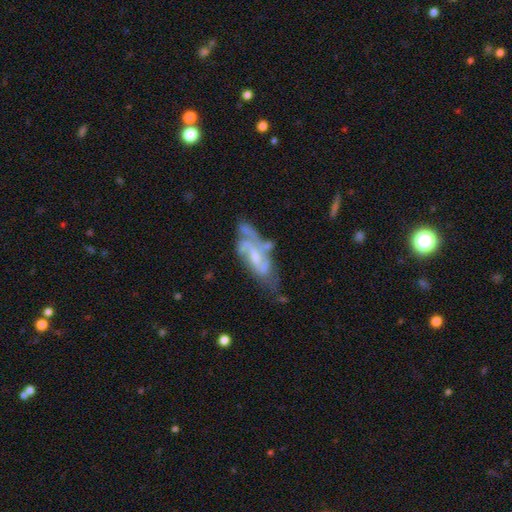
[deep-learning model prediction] Overall: featured or disk (80%). Edge-on disk: no (90%). Bar: weak (46%; no 36%). Spiral arms: yes (89%). Spiral arm count: 2 (55%; can't tell 21%). Spiral winding: medium (47%; tight 31%). Bulge size: small (50%; moderate 37%). Merging: none (44%; minor disturbance 26%).